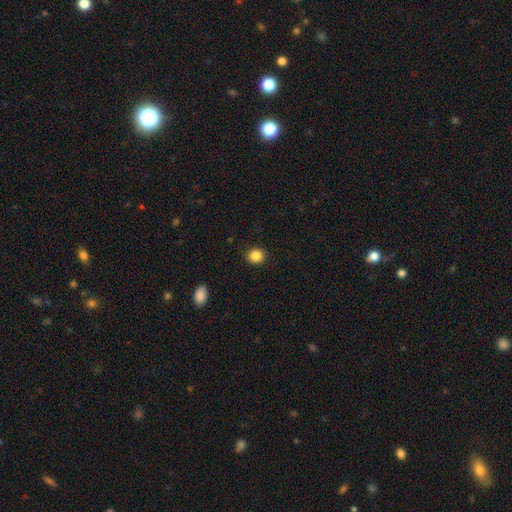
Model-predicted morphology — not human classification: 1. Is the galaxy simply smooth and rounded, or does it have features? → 86% smooth, 10% star or artifact, 4% featured or disk.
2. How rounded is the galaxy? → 81% round, 18% in between, 1% cigar-shaped.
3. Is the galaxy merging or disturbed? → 91% none, 6% minor disturbance, 2% major disturbance, 1% merger.